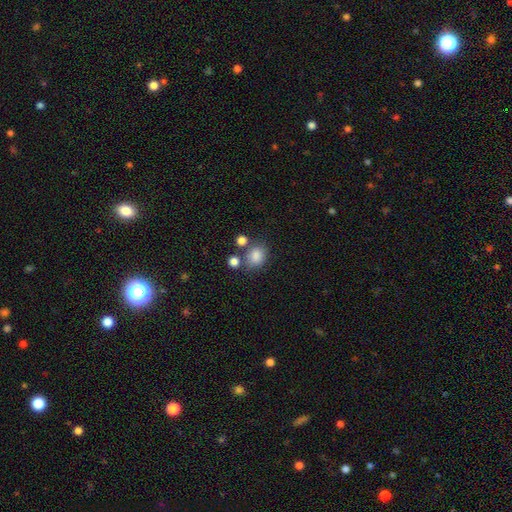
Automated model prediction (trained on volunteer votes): A smooth galaxy with no disk features (82%) that is round (64%).

Vote fractions:
- Smooth or featured? smooth: 82% / star or artifact: 12% / featured or disk: 7%
- How rounded? round: 64% / in between: 35% / cigar-shaped: 1%
- Merging? none: 64% / merger: 16% / minor disturbance: 14% / major disturbance: 6%